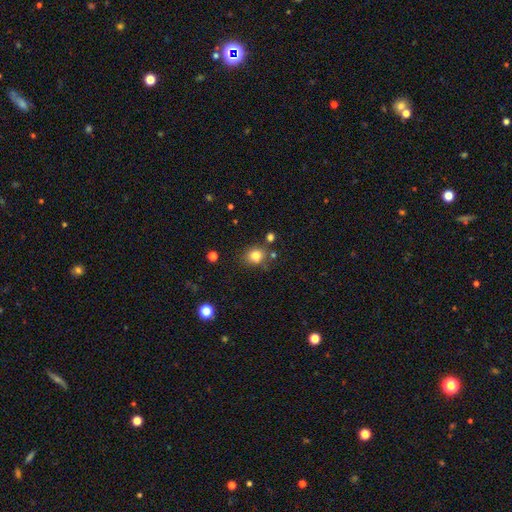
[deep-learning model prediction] Q: Smooth or featured?
A: smooth (81%); runner-up: star or artifact (12%)
Q: How rounded?
A: round (72%); runner-up: in between (27%)
Q: Merging?
A: none (74%); runner-up: minor disturbance (15%)